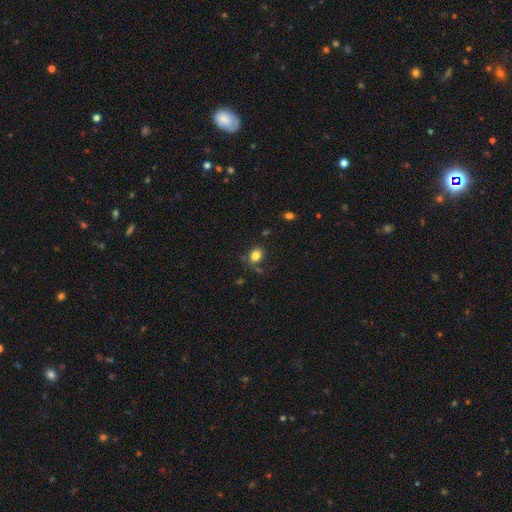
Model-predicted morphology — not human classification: This appears to be a smooth galaxy with no disk features (81%) that is in between round and cigar-shaped (57%). Merging: none (74%).